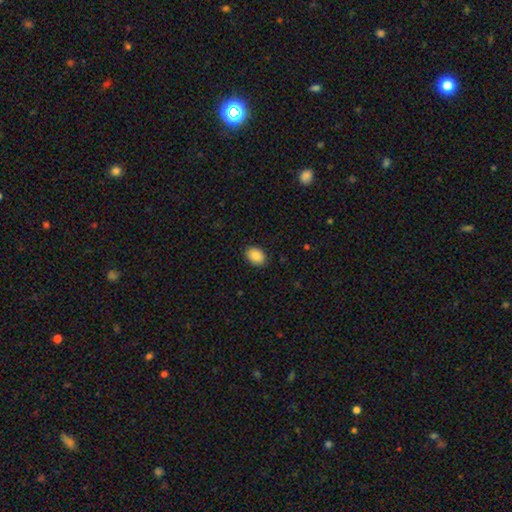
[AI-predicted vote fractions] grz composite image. It shows a smooth galaxy with no disk features (89%) that is in between round and cigar-shaped (71%). Merging: none (88%).